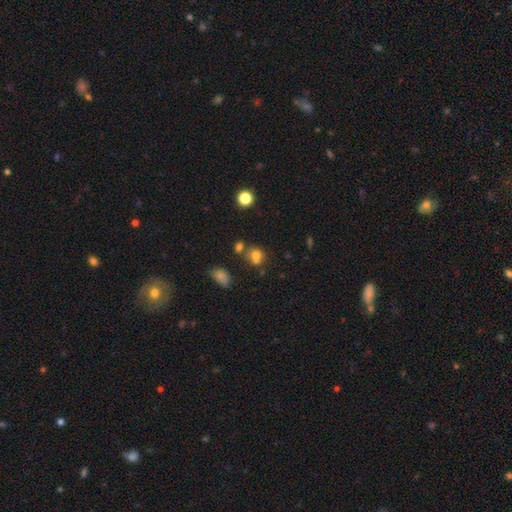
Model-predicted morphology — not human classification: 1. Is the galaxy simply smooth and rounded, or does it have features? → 71% smooth, 17% star or artifact, 12% featured or disk.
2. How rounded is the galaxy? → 72% round, 27% in between, 1% cigar-shaped.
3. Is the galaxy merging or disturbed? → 47% none, 35% merger, 13% minor disturbance, 5% major disturbance.